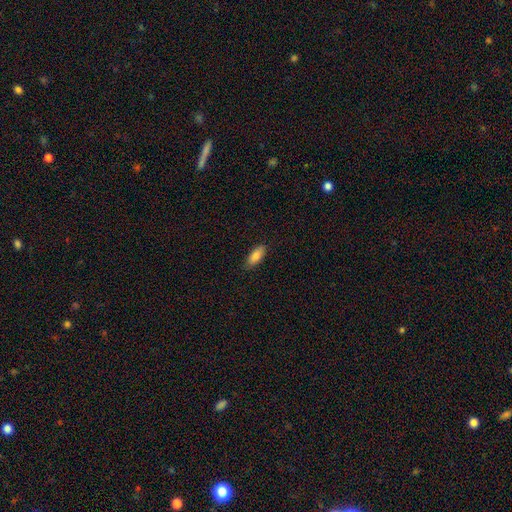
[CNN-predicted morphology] smooth-or-featured: smooth: 83% | featured or disk: 10% | star or artifact: 6%
  how-rounded: in between: 78% | cigar-shaped: 20% | round: 2%
  merging: none: 85% | minor disturbance: 12% | major disturbance: 2% | merger: 1%